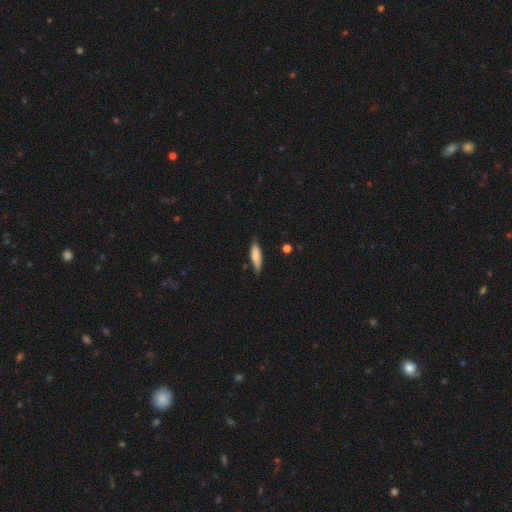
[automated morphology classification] Smooth or featured? smooth (75%)
How rounded? cigar-shaped (58%)
Merging? none (73%)